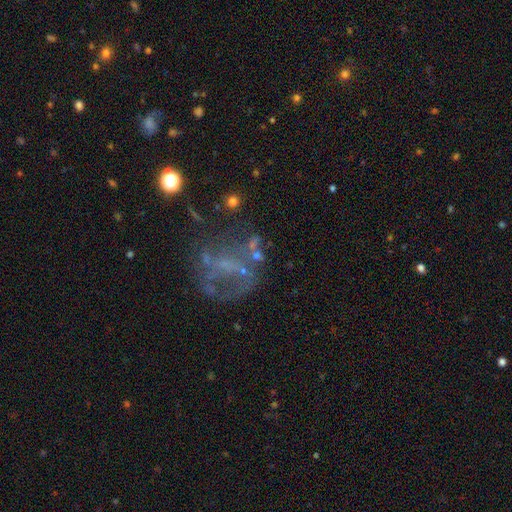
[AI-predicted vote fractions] smooth_or_featured: featured or disk (p=0.55) [alt: star or artifact p=0.24]
disk_edge_on: no (p=0.97) [alt: yes p=0.03]
bar: no (p=0.66) [alt: weak p=0.23]
has_spiral_arms: no (p=0.74) [alt: yes p=0.26]
bulge_size: none (p=0.65) [alt: small p=0.23]
merging: none (p=0.43) [alt: major disturbance p=0.32]